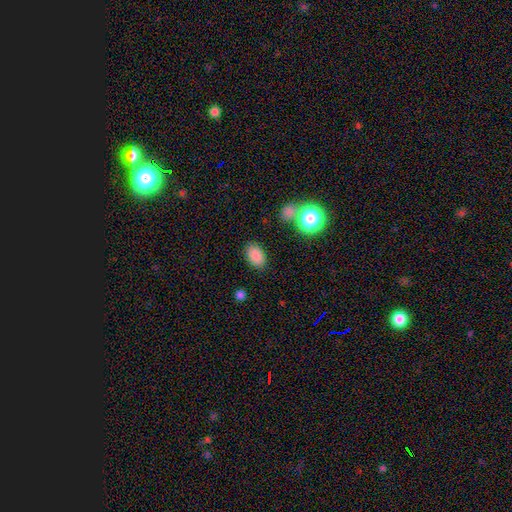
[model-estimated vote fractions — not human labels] Smooth or featured? smooth (85%)
How rounded? in between (87%)
Merging? none (84%)